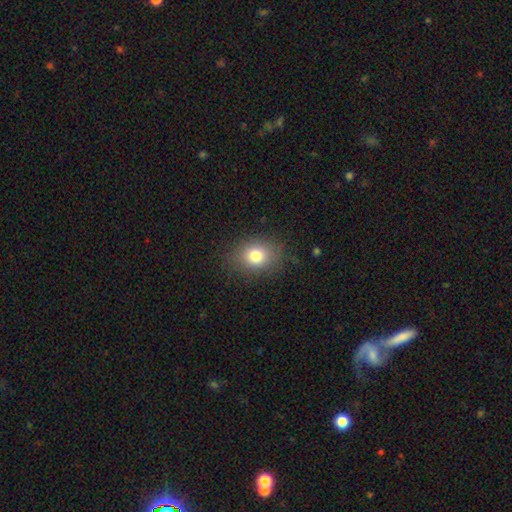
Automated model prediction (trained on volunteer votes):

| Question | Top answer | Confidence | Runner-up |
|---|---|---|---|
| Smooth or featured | smooth | 78% | star or artifact (13%) |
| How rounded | round | 52% | in between (47%) |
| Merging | none | 84% | minor disturbance (11%) |